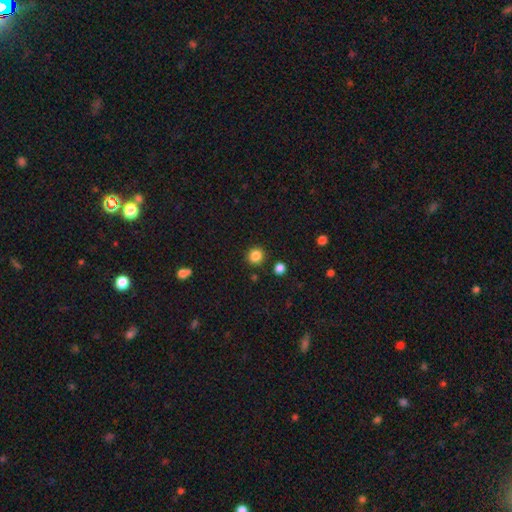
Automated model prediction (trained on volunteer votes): The model was most divided on "smooth or featured": smooth: 85%, star or artifact: 11%, featured or disk: 4%. More confident: how rounded — round (92%); merging — none (89%).